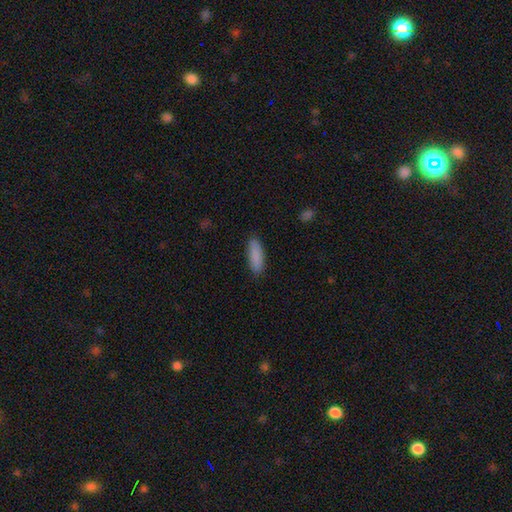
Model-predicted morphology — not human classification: Smooth or featured? smooth (89%)
How rounded? in between (57%)
Merging? none (87%)